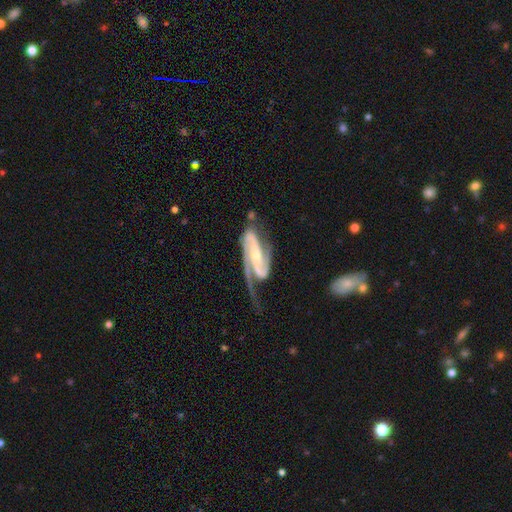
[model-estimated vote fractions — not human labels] A featured or disk galaxy (91%) with no bar (35%), 2 (81%) medium (48%) spiral arms (98%) and a small central bulge (64%).

Vote fractions:
- Smooth or featured? featured or disk: 91% / smooth: 5% / star or artifact: 4%
- Edge-on disk? no: 95% / yes: 5%
- Bar? no: 35% / strong: 33% / weak: 32%
- Spiral arms? yes: 98% / no: 2%
- Spiral winding? medium: 48% / tight: 33% / loose: 18%
- Spiral arm count? 2: 81% / 3: 7% / 1: 4% / can't tell: 4% / 4: 2% / more than 4: 2%
- Bulge size? small: 64% / moderate: 31% / none: 2% / large: 2% / dominant: 1%
- Merging? none: 49% / minor disturbance: 24% / major disturbance: 23% / merger: 4%